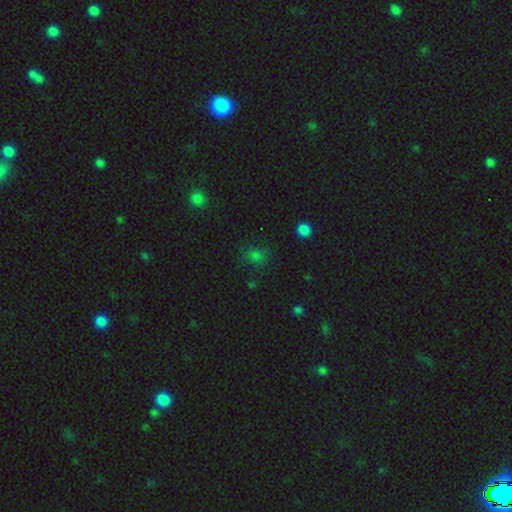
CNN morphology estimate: Smooth or featured?
  - smooth: 66% *
  - star or artifact: 29%
  - featured or disk: 6%
How rounded?
  - round: 64% *
  - in between: 35%
  - cigar-shaped: 1%
Merging?
  - none: 75% *
  - minor disturbance: 16%
  - major disturbance: 6%
  - merger: 3%